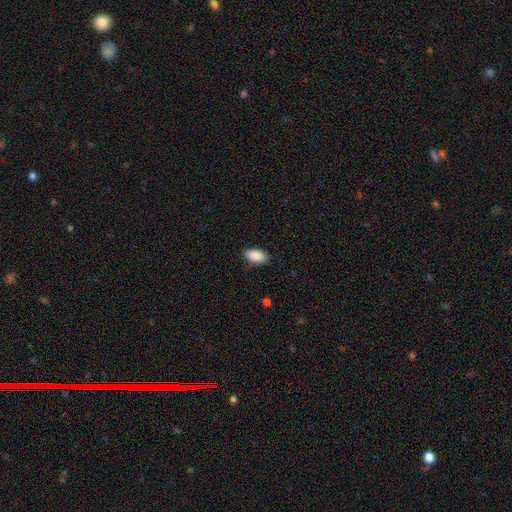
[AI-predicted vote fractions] Smooth or featured?
  - smooth: 90% *
  - star or artifact: 7%
  - featured or disk: 4%
How rounded?
  - in between: 94% *
  - round: 3%
  - cigar-shaped: 3%
Merging?
  - none: 85% *
  - minor disturbance: 11%
  - major disturbance: 3%
  - merger: 1%